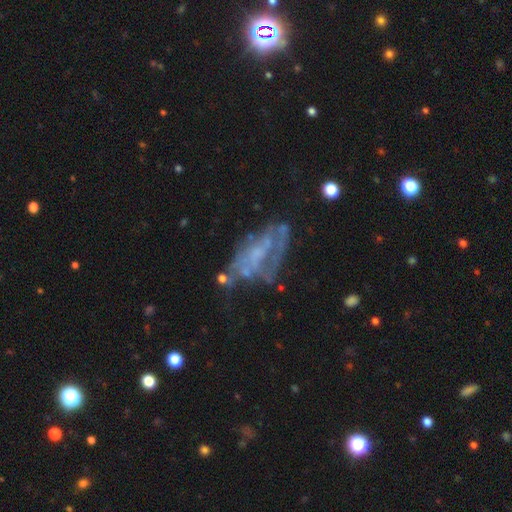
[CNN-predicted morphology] This appears to be a featured or disk galaxy (67%) with no bar (67%), no spiral arms (52%) and no central bulge (43%). Merging: none (43%).